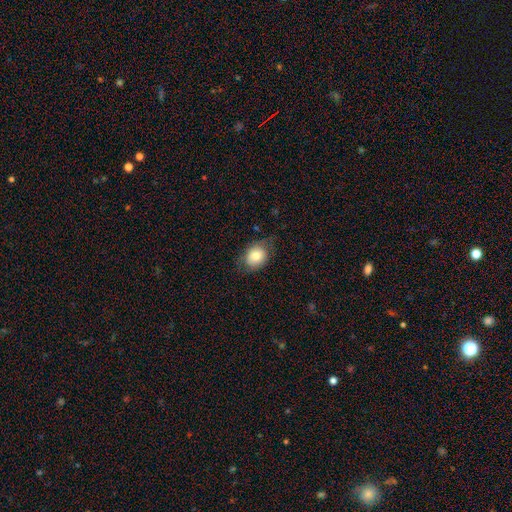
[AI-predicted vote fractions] Smooth or featured? smooth (75%)
How rounded? in between (61%)
Merging? none (63%)